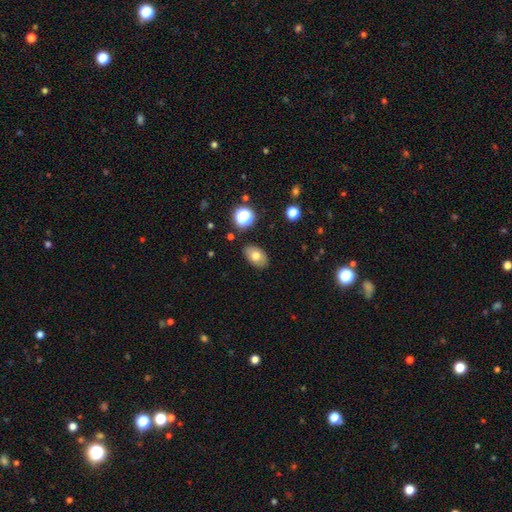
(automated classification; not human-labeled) This is likely a smooth galaxy (72%). How rounded: clearly in between (87%). Merging: clearly none (84%).